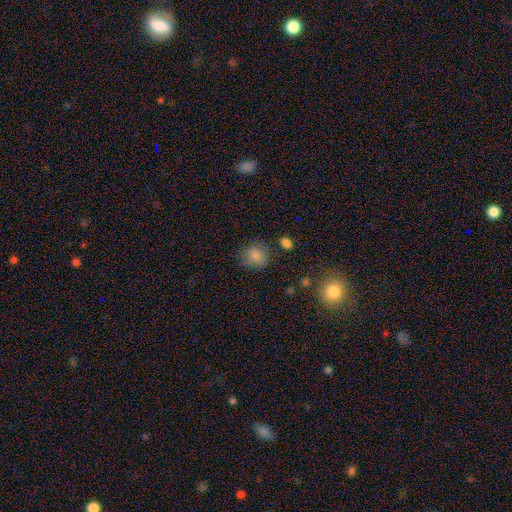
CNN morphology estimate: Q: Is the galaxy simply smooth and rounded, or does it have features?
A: smooth — 82%.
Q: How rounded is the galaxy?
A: round — 75%.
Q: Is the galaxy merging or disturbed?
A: none — 74%.